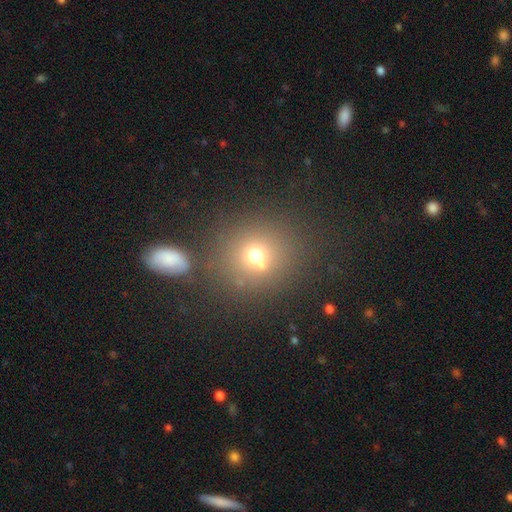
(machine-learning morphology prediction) Smooth or featured: smooth — 66% (star or artifact — 20%)
How rounded: round — 81% (in between — 18%)
Merging: none — 65% (merger — 19%)